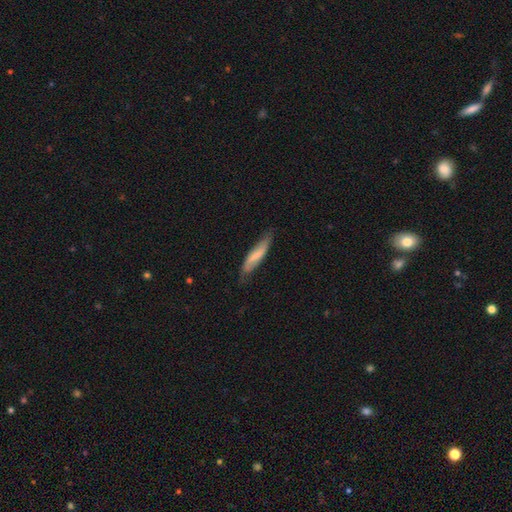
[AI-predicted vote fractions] Smooth or featured: smooth — 55% (featured or disk — 39%)
How rounded: cigar-shaped — 77% (in between — 21%)
Merging: none — 67% (minor disturbance — 25%)